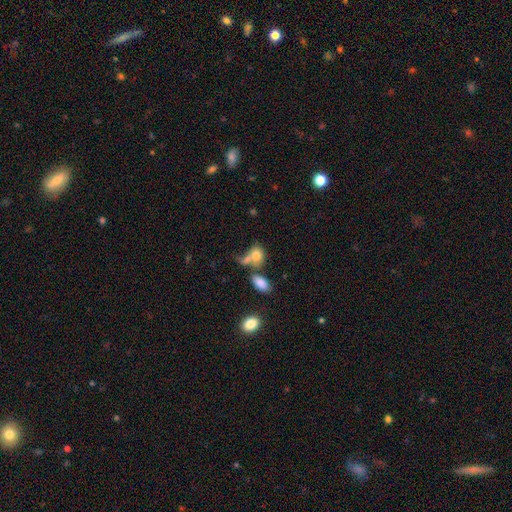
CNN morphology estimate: Smooth or featured? smooth (77%)
How rounded? in between (64%)
Merging? merger (46%)